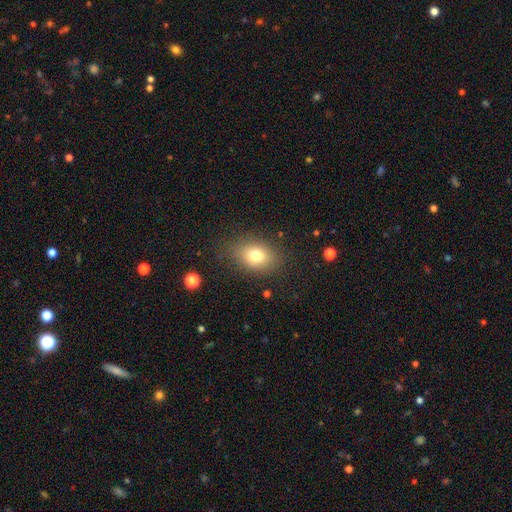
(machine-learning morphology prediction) smooth-or-featured: smooth: 76% | featured or disk: 12% | star or artifact: 11%
  how-rounded: in between: 72% | round: 27% | cigar-shaped: 1%
  merging: none: 80% | minor disturbance: 13% | major disturbance: 5% | merger: 1%